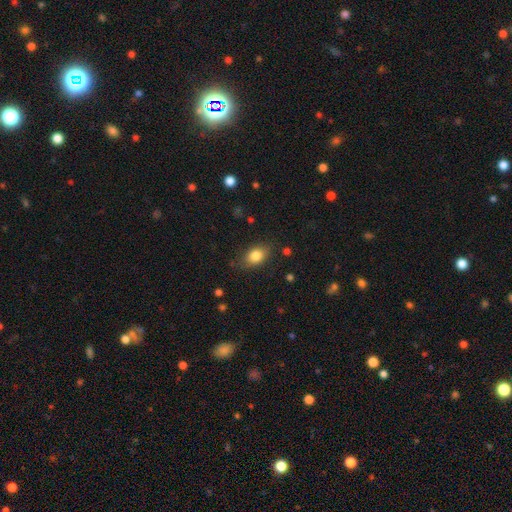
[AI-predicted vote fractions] Q: Smooth or featured?
A: smooth (82%); runner-up: featured or disk (9%)
Q: How rounded?
A: in between (80%); runner-up: round (17%)
Q: Merging?
A: none (80%); runner-up: minor disturbance (15%)